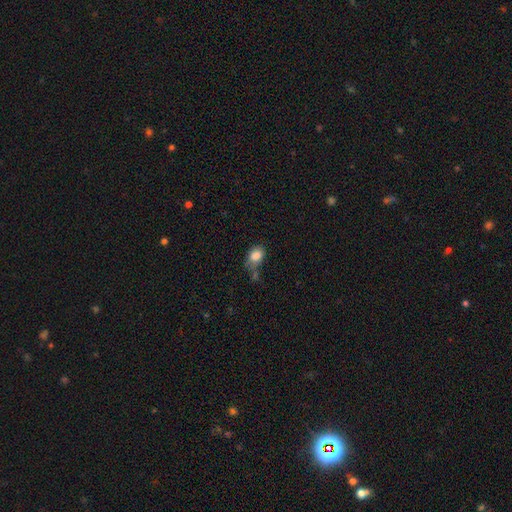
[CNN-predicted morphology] Smooth or featured?
  - smooth: 84% *
  - star or artifact: 9%
  - featured or disk: 7%
How rounded?
  - in between: 67% *
  - round: 32%
  - cigar-shaped: 1%
Merging?
  - none: 46% *
  - minor disturbance: 28%
  - merger: 15%
  - major disturbance: 11%